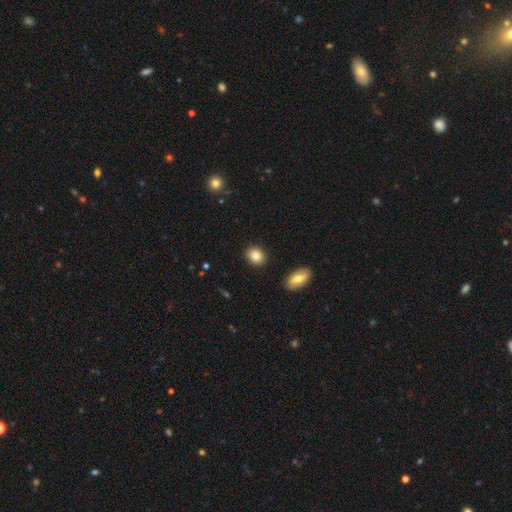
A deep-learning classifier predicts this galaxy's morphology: smooth_or_featured: smooth (p=0.84) [alt: star or artifact p=0.09]
how_rounded: round (p=0.56) [alt: in between p=0.43]
merging: none (p=0.89) [alt: minor disturbance p=0.07]